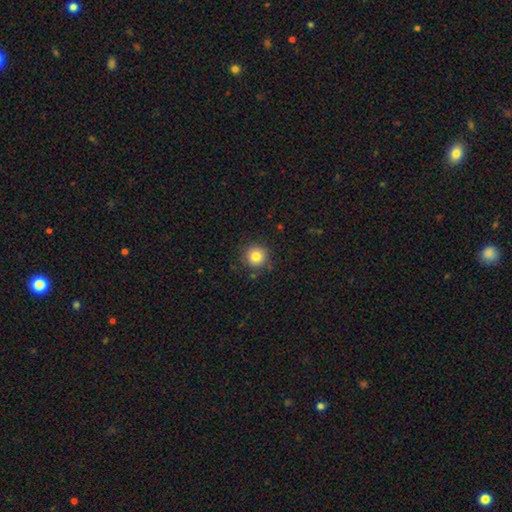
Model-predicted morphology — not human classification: The model was most divided on "smooth or featured": smooth: 81%, star or artifact: 11%, featured or disk: 8%. More confident: how rounded — round (95%); merging — none (87%).